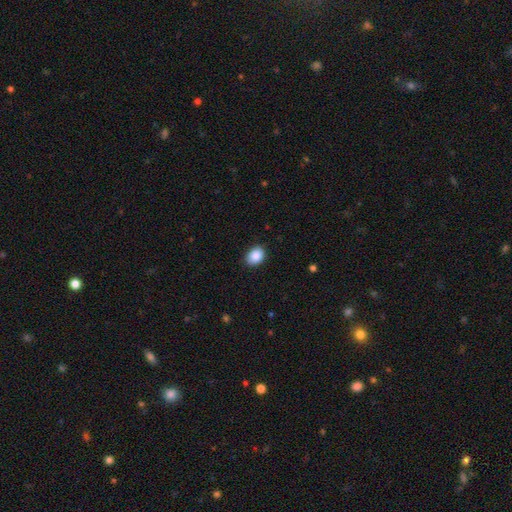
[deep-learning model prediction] Morphology: type=smooth (89%); roundness=in between (73%); merging=none (86%).